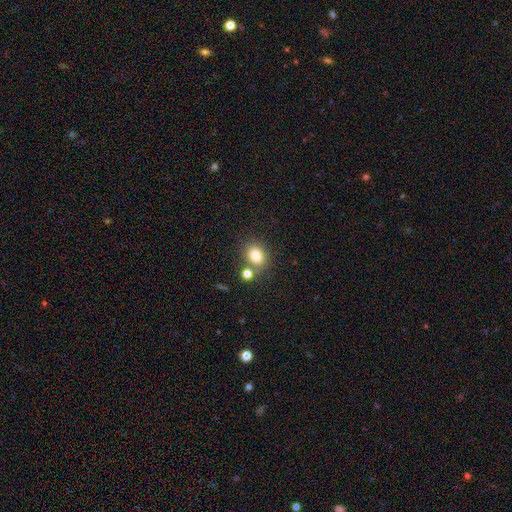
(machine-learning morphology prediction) Overall: smooth (79%). How rounded: round (56%; in between 43%). Merging: none (68%).